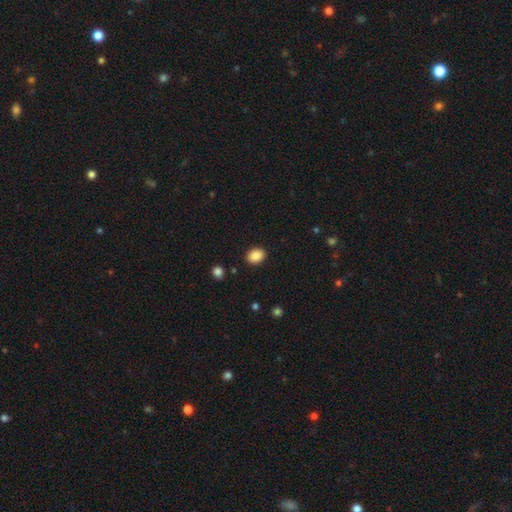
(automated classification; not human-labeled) Morphology: type=smooth (88%); roundness=in between (65%); merging=none (89%).